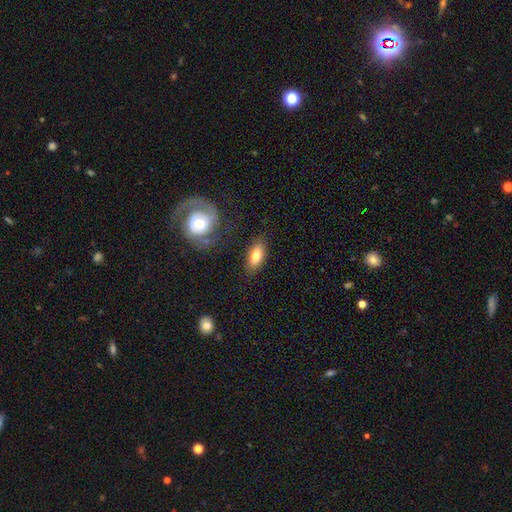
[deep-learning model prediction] Smooth or featured? smooth (76%)
How rounded? in between (82%)
Merging? none (79%)